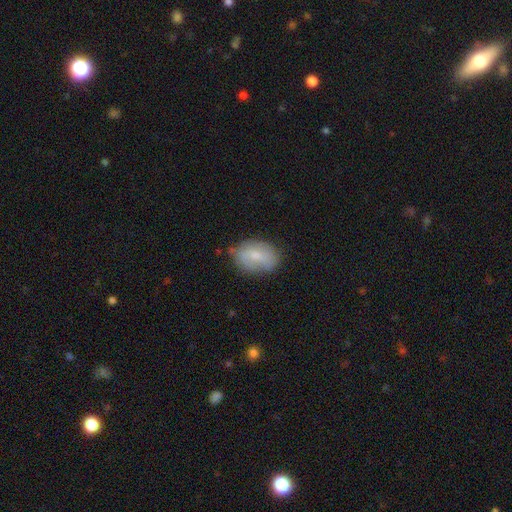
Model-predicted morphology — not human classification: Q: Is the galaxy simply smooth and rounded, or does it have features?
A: smooth — 60%.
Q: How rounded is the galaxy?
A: in between — 84%.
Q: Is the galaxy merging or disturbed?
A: none — 66%.